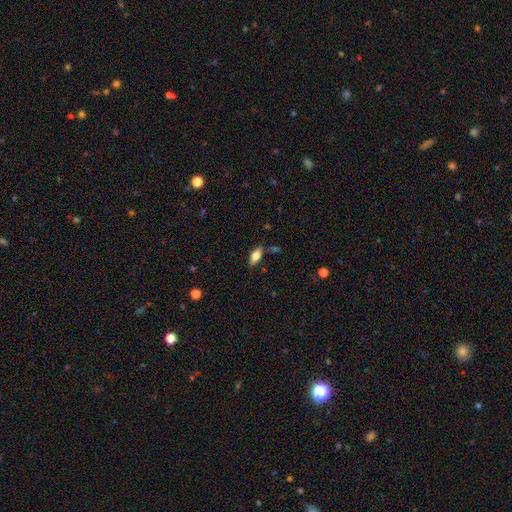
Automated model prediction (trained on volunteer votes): Smooth or featured: smooth — 70% (featured or disk — 22%)
How rounded: in between — 81% (cigar-shaped — 16%)
Merging: none — 77% (minor disturbance — 15%)